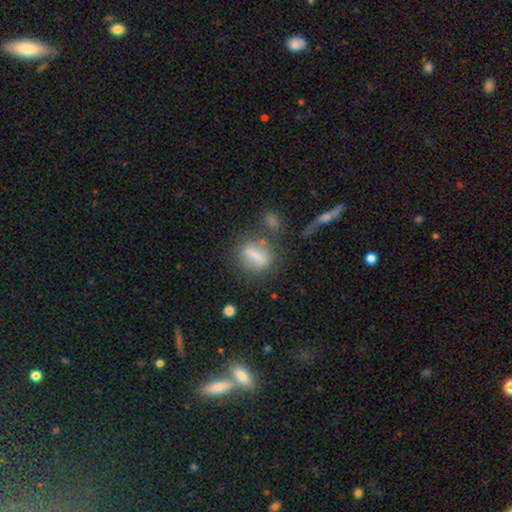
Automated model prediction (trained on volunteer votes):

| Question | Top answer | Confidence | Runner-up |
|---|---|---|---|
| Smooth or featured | smooth | 61% | featured or disk (28%) |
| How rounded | in between | 49% | cigar-shaped (30%) |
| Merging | none | 61% | minor disturbance (16%) |